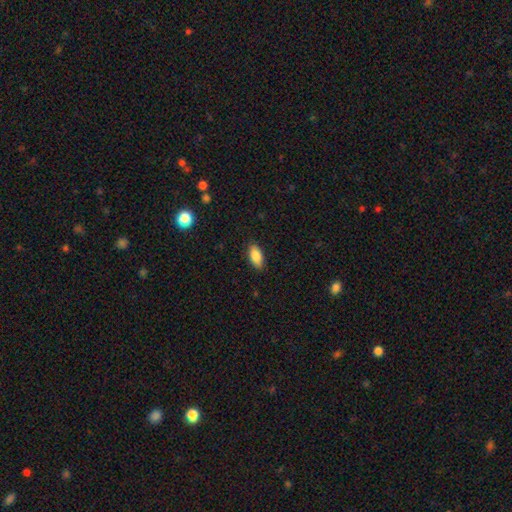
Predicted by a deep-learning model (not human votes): The model was most divided on "merging": none: 86%, minor disturbance: 11%, major disturbance: 2%, merger: 1%. More confident: how rounded — in between (89%); smooth or featured — smooth (85%).